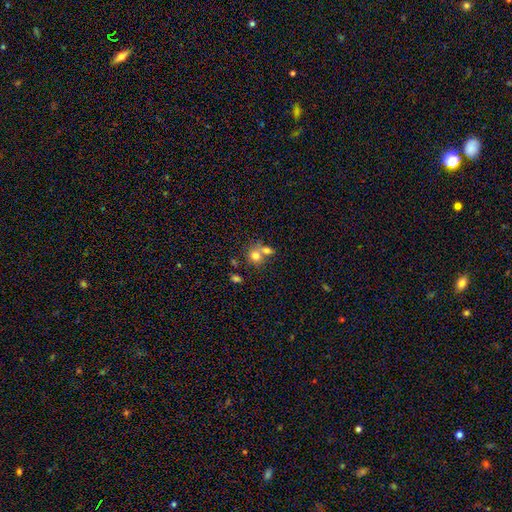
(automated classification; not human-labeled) This is likely a smooth galaxy (75%). How rounded: likely round (71%). Merging: possibly merger (49%).